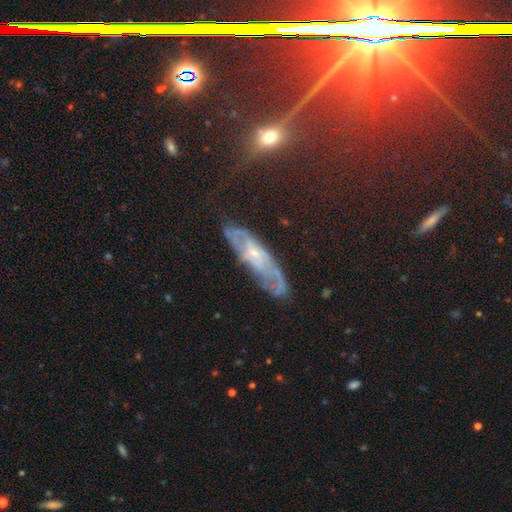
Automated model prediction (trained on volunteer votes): A featured or disk galaxy (70%).

Vote fractions:
- Smooth or featured? featured or disk: 70% / smooth: 20% / star or artifact: 11%
- Edge-on disk? no: 70% / yes: 30%
- Merging? none: 66% / minor disturbance: 23% / major disturbance: 9% / merger: 3%